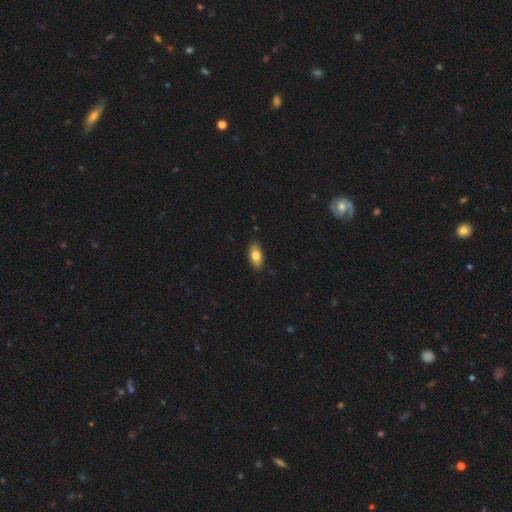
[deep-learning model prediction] Morphology: type=smooth (79%); roundness=in between (89%); merging=none (88%).